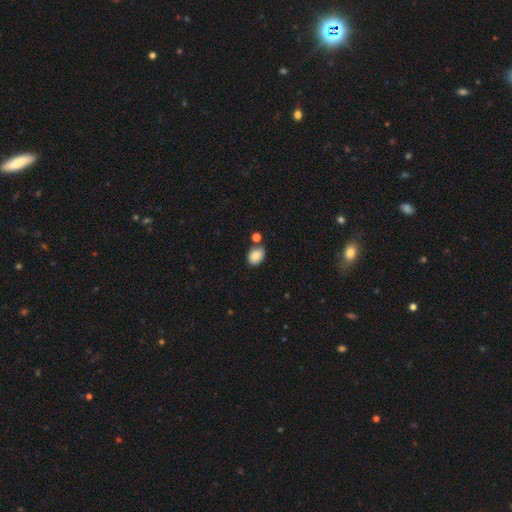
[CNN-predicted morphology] smooth 85%, star or artifact 8%, featured or disk 7%. Down the decision tree: how rounded — in between (75%); merging — none (68%).